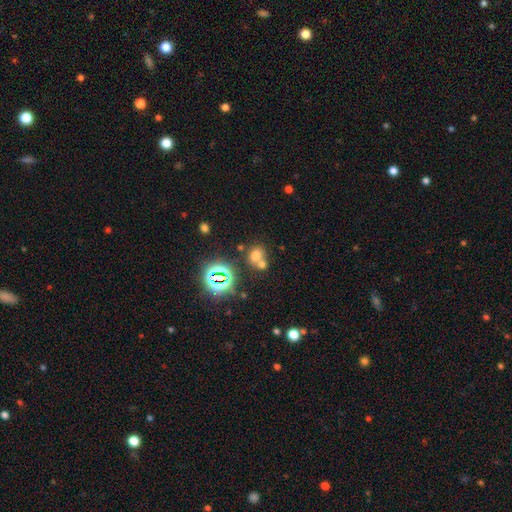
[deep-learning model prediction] Smooth or featured?
  - smooth: 60% *
  - star or artifact: 28%
  - featured or disk: 12%
How rounded?
  - round: 58% *
  - in between: 41%
  - cigar-shaped: 1%
Merging?
  - merger: 45% *
  - none: 42%
  - minor disturbance: 9%
  - major disturbance: 4%